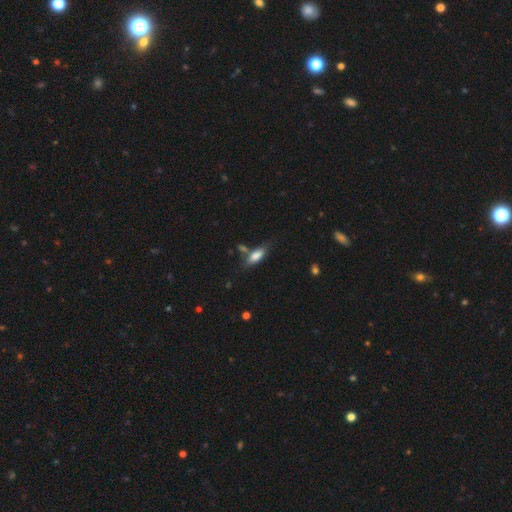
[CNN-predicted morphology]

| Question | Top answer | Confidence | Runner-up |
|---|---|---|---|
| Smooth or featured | smooth | 78% | featured or disk (15%) |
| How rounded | in between | 73% | cigar-shaped (25%) |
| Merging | none | 64% | minor disturbance (19%) |